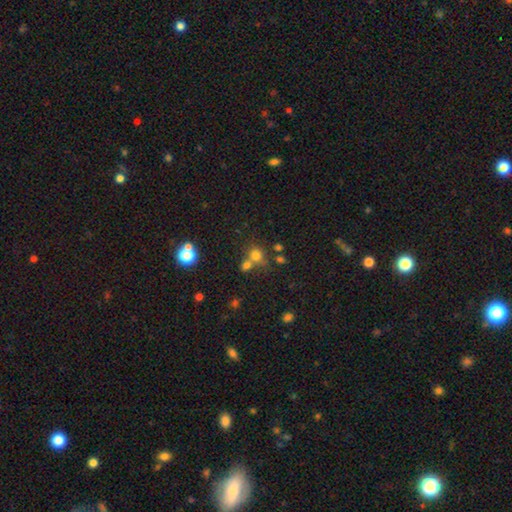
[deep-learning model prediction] This appears to be a smooth galaxy with no disk features (71%) that is round (81%). Merging: none (48%).